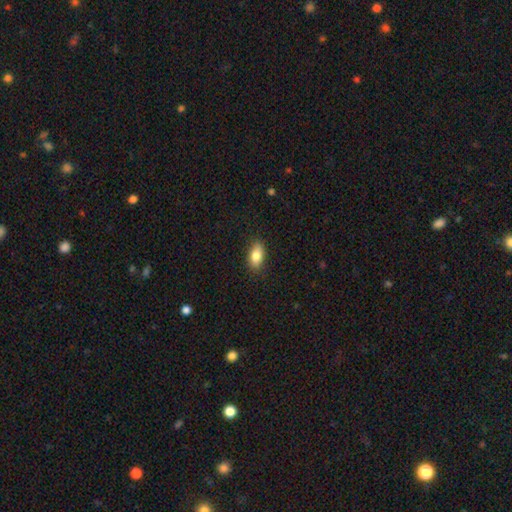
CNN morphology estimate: This appears to be a smooth galaxy with no disk features (83%) that is in between round and cigar-shaped (87%). Merging: none (86%).